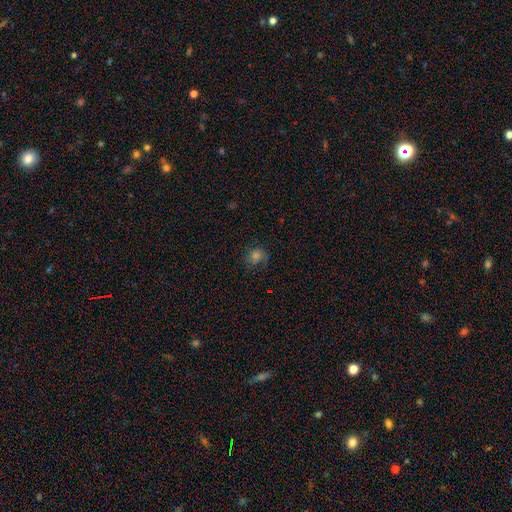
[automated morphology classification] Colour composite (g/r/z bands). It shows a smooth galaxy with no disk features (62%) that is round (74%). Merging: none (64%).